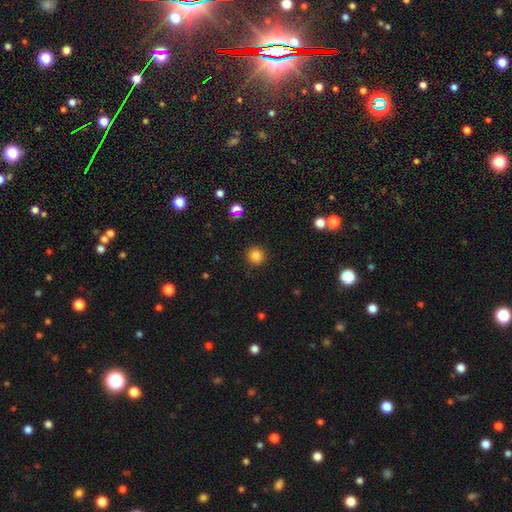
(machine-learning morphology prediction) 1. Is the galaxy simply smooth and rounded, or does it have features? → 82% smooth, 13% star or artifact, 5% featured or disk.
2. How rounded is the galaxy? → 95% round, 4% in between, 1% cigar-shaped.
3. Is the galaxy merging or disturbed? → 91% none, 6% minor disturbance, 2% major disturbance, 1% merger.